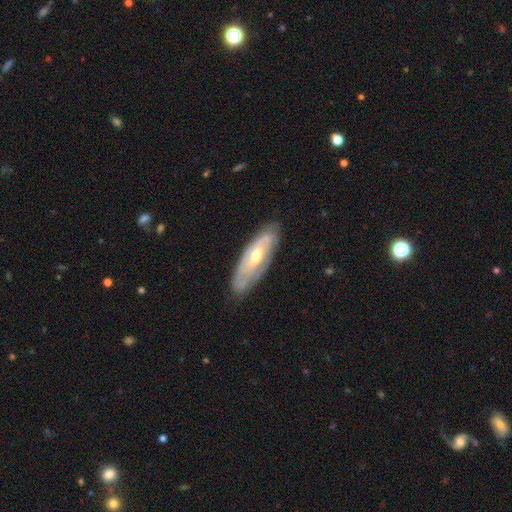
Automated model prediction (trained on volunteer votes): The model was most divided on "bar": no: 54%, weak: 35%, strong: 11%. More confident: edge-on disk — no (80%); spiral arms — yes (78%); merging — none (77%); smooth or featured — featured or disk (72%); bulge size — moderate (66%).